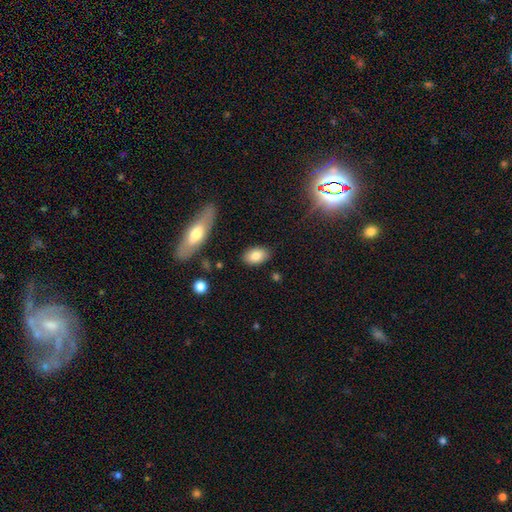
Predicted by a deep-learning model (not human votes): Smooth or featured? smooth (81%)
How rounded? in between (88%)
Merging? none (86%)